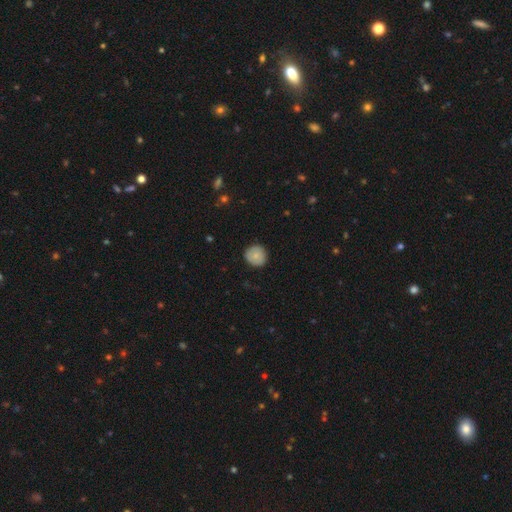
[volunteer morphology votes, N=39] Q: Smooth or featured?
A: smooth (67%); runner-up: featured or disk (26%)
Q: How rounded?
A: round (81%); runner-up: in between (19%)
Q: Merging?
A: none (89%); runner-up: minor disturbance (11%)